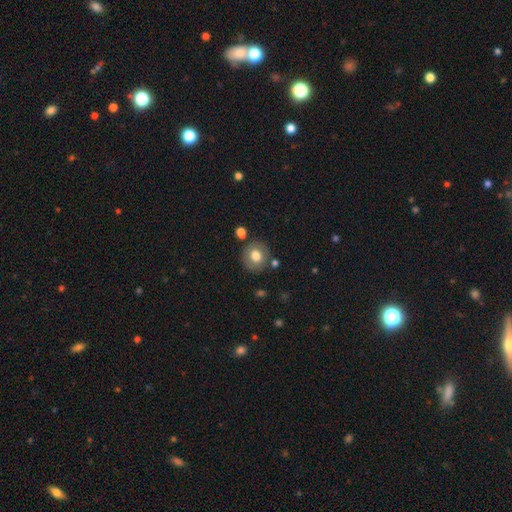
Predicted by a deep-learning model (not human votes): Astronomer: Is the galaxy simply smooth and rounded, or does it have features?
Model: smooth — 72%.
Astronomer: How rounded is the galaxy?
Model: round — 83%.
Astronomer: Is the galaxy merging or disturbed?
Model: none — 80%.